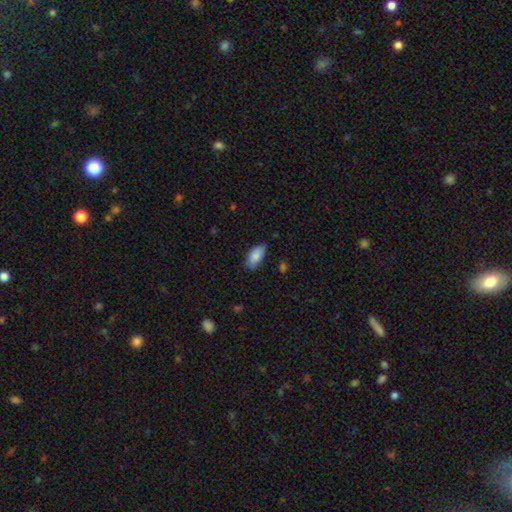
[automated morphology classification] smooth-or-featured: smooth: 86% | featured or disk: 7% | star or artifact: 6%
  how-rounded: in between: 92% | cigar-shaped: 6% | round: 2%
  merging: none: 76% | minor disturbance: 20% | major disturbance: 3% | merger: 1%